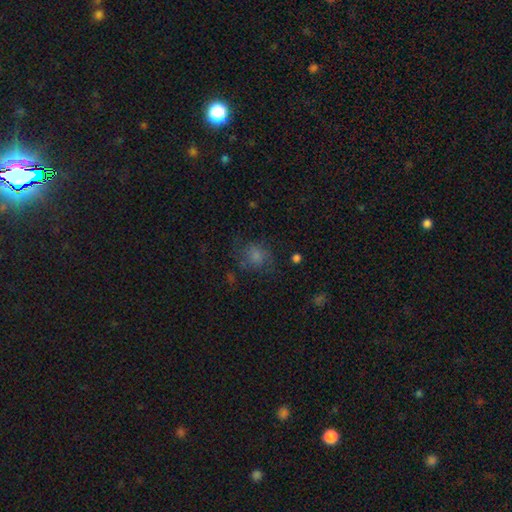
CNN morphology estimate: Smooth or featured: smooth — 68% (featured or disk — 18%)
How rounded: round — 68% (in between — 31%)
Merging: none — 58% (minor disturbance — 22%)